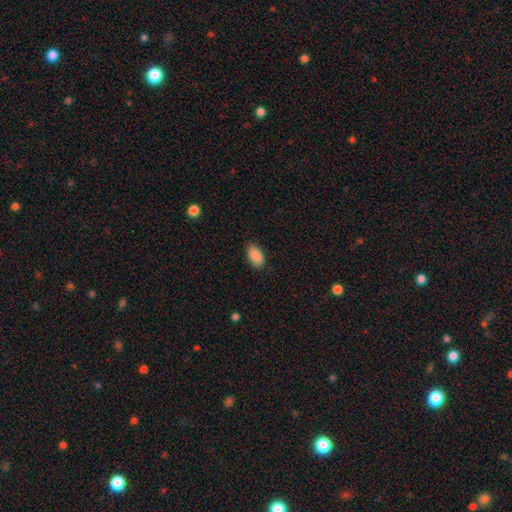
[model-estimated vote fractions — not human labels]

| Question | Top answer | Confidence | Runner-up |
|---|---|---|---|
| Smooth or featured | smooth | 89% | star or artifact (7%) |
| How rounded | in between | 93% | round (5%) |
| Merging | none | 86% | minor disturbance (11%) |